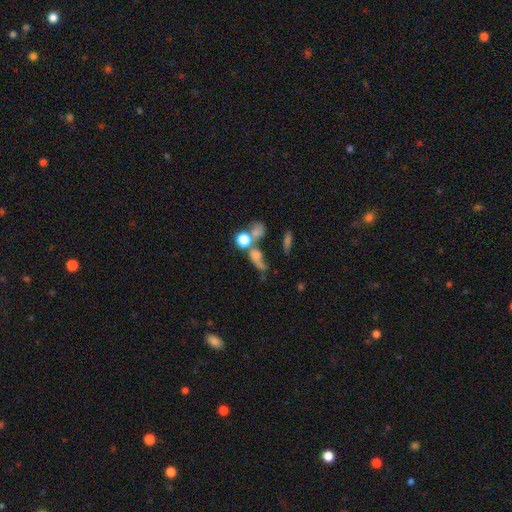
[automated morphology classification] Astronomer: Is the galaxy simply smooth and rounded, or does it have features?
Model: smooth — 56%.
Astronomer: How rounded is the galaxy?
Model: round — 58% (runner-up: in between, 33%).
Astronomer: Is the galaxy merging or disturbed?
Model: merger — 40% (runner-up: none, 29%).